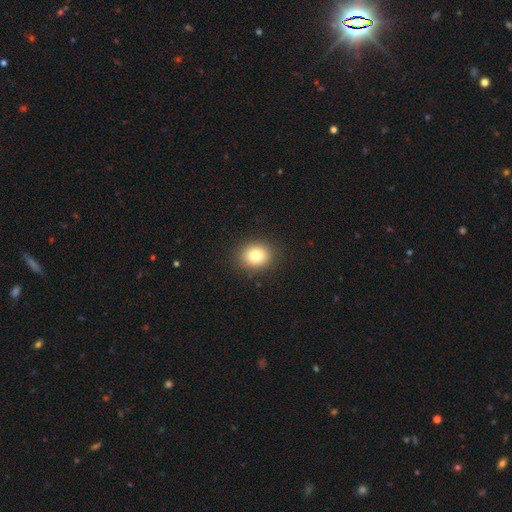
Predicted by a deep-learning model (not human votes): A smooth galaxy with no disk features (81%) that is round (68%).

Vote fractions:
- Smooth or featured? smooth: 81% / star or artifact: 10% / featured or disk: 8%
- How rounded? round: 68% / in between: 31% / cigar-shaped: 1%
- Merging? none: 90% / minor disturbance: 7% / major disturbance: 2% / merger: 1%